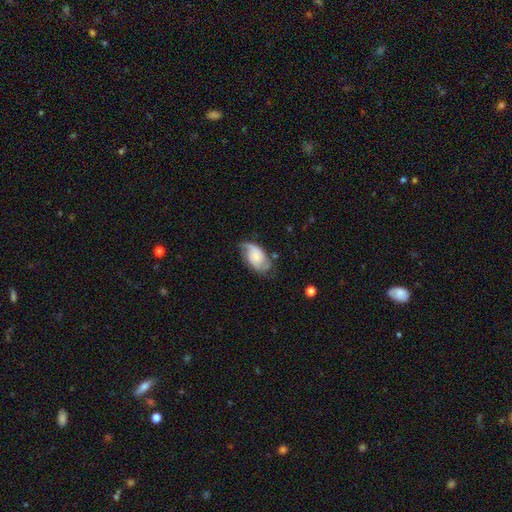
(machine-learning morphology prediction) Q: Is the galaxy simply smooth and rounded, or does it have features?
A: featured or disk — 56%.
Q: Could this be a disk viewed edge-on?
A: no — 95%.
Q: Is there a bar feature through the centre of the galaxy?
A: no — 67%.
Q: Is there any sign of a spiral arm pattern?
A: yes — 90%.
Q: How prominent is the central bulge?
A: small — 44%.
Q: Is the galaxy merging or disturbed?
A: none — 58%.